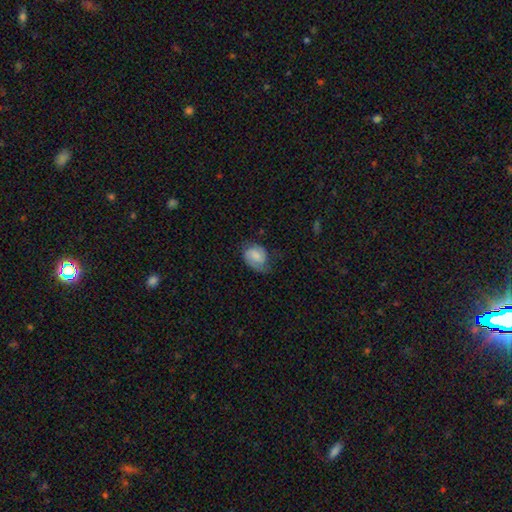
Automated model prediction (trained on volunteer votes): The model was most divided on "smooth or featured": featured or disk: 49%, smooth: 44%, star or artifact: 8%. More confident: merging — none (51%).